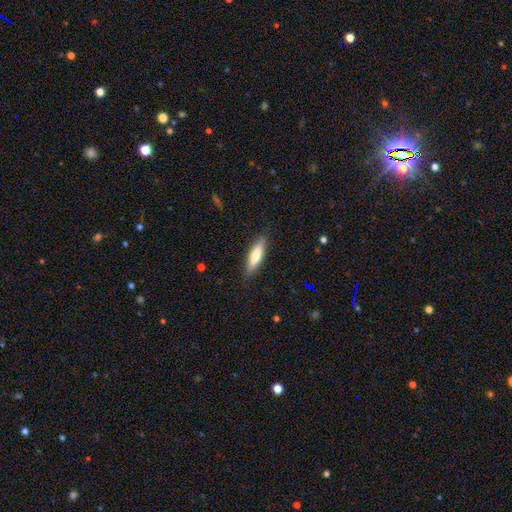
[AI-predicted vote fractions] This appears to be a smooth galaxy with no disk features (71%) that is cigar-shaped (66%). Merging: none (86%).